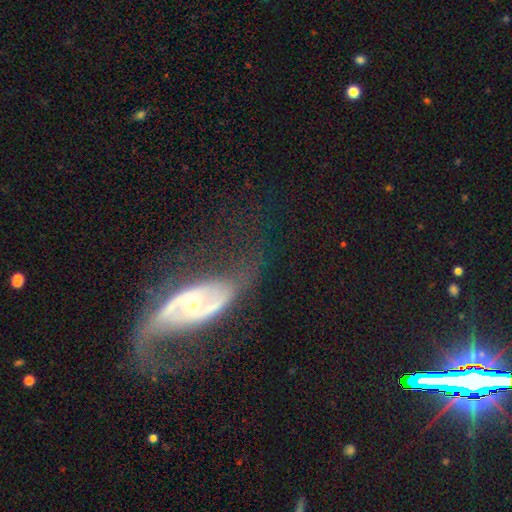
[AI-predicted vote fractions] Smooth or featured? Predicted: featured or disk (p=0.81). Edge-on disk? Predicted: no (p=0.91). Bar? Predicted: no (p=0.48). Spiral arms? Predicted: yes (p=0.86). Spiral winding? Predicted: loose (p=0.47). Spiral arm count? Predicted: 2 (p=0.84). Bulge size? Predicted: small (p=0.58). Merging? Predicted: none (p=0.52).